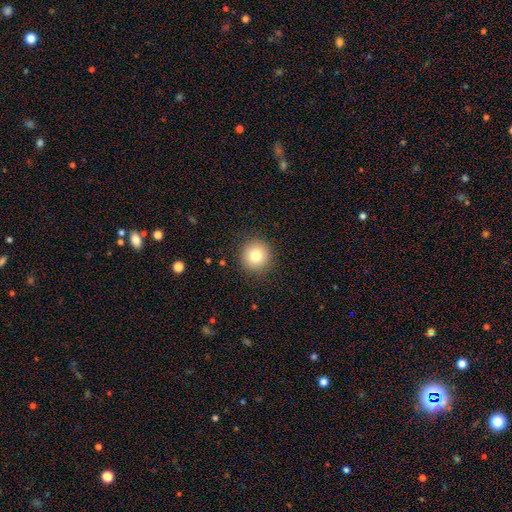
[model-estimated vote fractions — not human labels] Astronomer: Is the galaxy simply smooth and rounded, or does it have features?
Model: smooth — 79%.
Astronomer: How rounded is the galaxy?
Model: round — 93%.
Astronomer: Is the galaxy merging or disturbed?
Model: none — 90%.